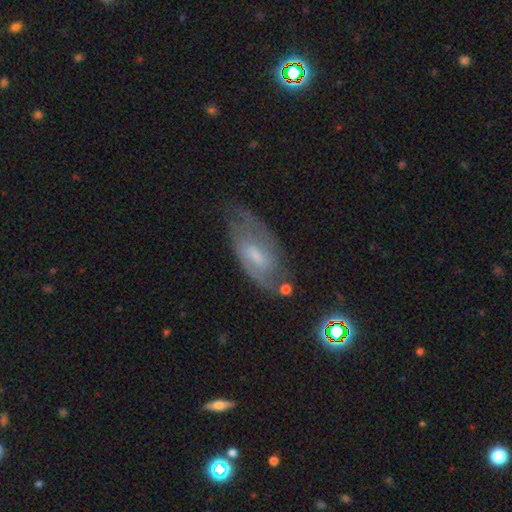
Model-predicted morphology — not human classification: This appears to be a featured or disk galaxy (67%) with a weak bar (56%), 2 (58%) medium (45%) spiral arms (83%) and a small central bulge (46%). Merging: none (59%).